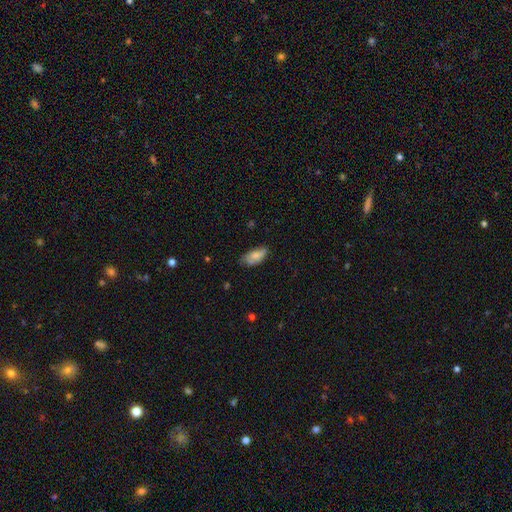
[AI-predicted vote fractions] Smooth or featured? smooth (77%)
How rounded? in between (90%)
Merging? none (59%)